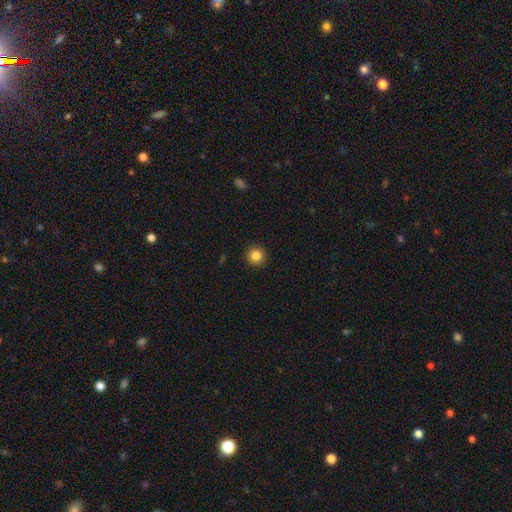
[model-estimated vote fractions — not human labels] smooth 85%, star or artifact 11%, featured or disk 5%. Down the decision tree: how rounded — round (95%); merging — none (92%).